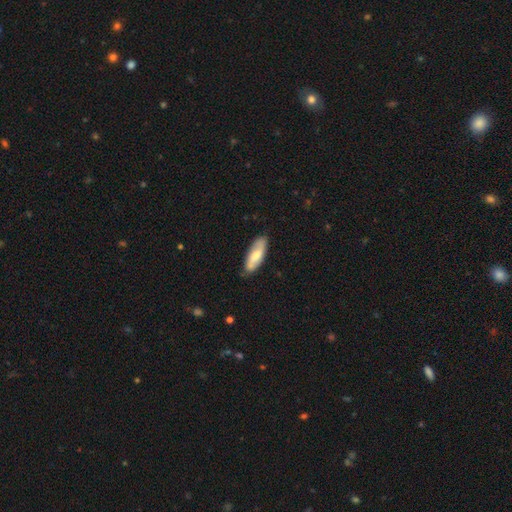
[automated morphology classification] Smooth or featured?
  - smooth: 58% *
  - featured or disk: 37%
  - star or artifact: 5%
How rounded?
  - in between: 71% *
  - cigar-shaped: 27%
  - round: 2%
Merging?
  - none: 82% *
  - minor disturbance: 15%
  - major disturbance: 2%
  - merger: 1%